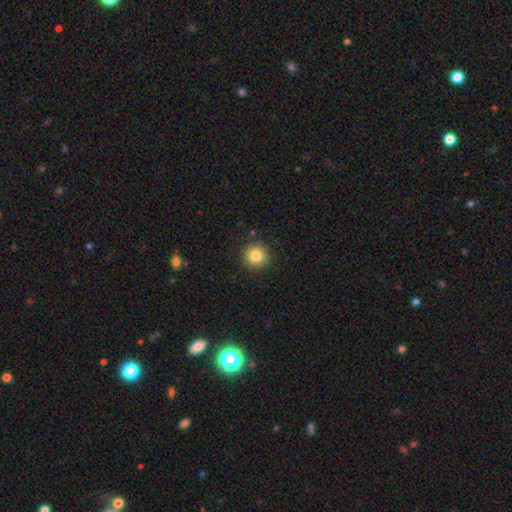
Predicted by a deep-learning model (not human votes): Smooth or featured? smooth (83%)
How rounded? round (95%)
Merging? none (90%)